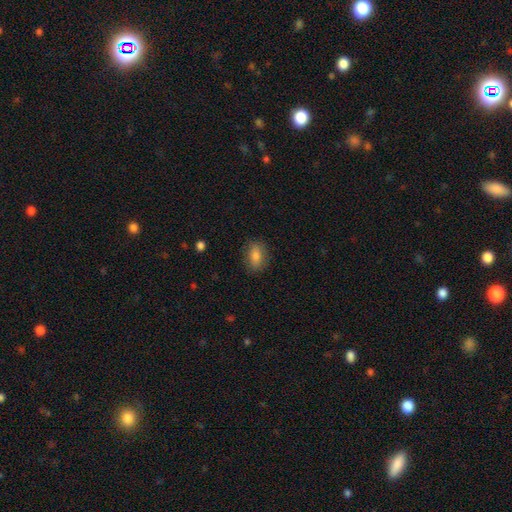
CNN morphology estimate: This appears to be a smooth galaxy with no disk features (81%) that is in between round and cigar-shaped (82%). Merging: none (86%).